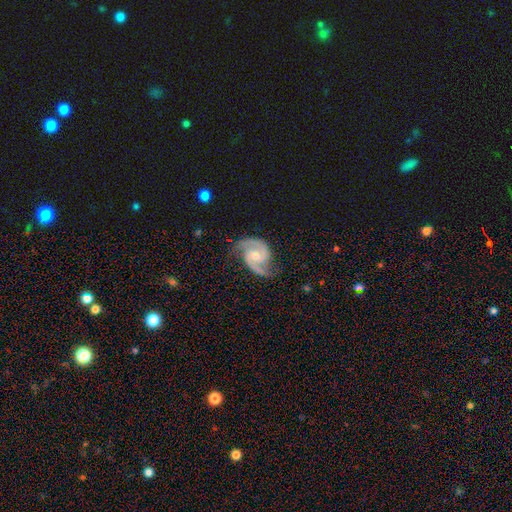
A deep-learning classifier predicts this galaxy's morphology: Q: Smooth or featured?
A: featured or disk (92%); runner-up: star or artifact (4%)
Q: Edge-on disk?
A: no (98%); runner-up: yes (2%)
Q: Bar?
A: no (55%); runner-up: weak (38%)
Q: Spiral arms?
A: yes (98%); runner-up: no (2%)
Q: Spiral winding?
A: medium (61%); runner-up: tight (24%)
Q: Spiral arm count?
A: 2 (93%); runner-up: 3 (2%)
Q: Bulge size?
A: moderate (52%); runner-up: small (42%)
Q: Merging?
A: none (76%); runner-up: minor disturbance (18%)